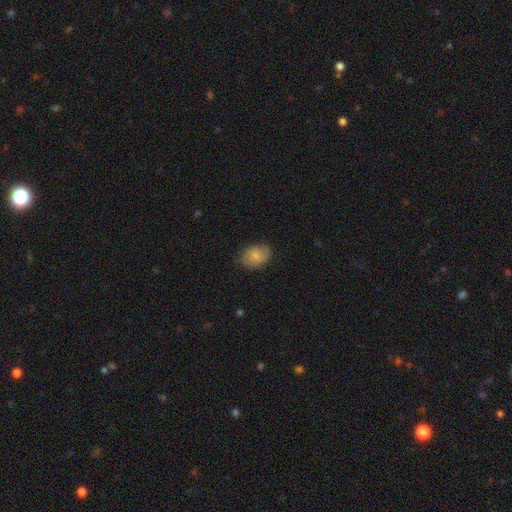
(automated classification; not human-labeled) Smooth or featured: smooth — 76% (featured or disk — 17%)
How rounded: in between — 77% (round — 22%)
Merging: none — 77% (minor disturbance — 18%)